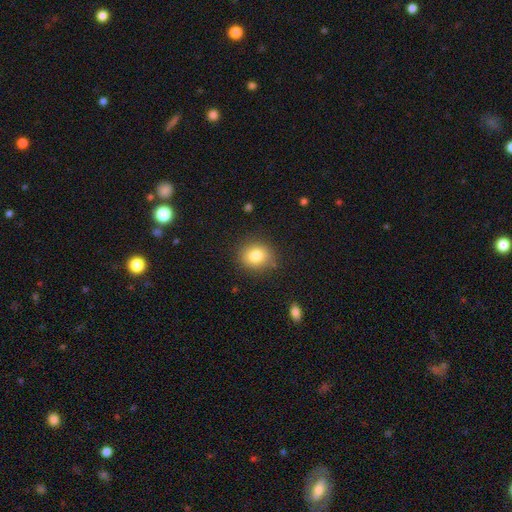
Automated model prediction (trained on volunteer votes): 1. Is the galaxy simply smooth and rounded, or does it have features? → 81% smooth, 11% star or artifact, 9% featured or disk.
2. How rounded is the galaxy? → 77% round, 22% in between, 1% cigar-shaped.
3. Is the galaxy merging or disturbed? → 85% none, 10% minor disturbance, 3% major disturbance, 2% merger.